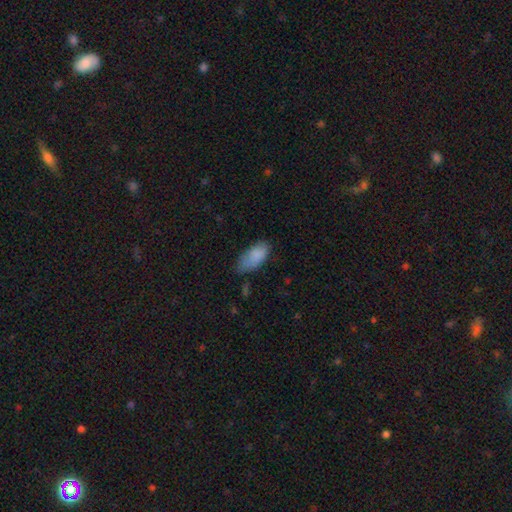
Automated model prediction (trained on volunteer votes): smooth-or-featured: smooth: 85% | featured or disk: 9% | star or artifact: 7%
  how-rounded: in between: 92% | cigar-shaped: 6% | round: 2%
  merging: none: 50% | minor disturbance: 37% | major disturbance: 11% | merger: 3%